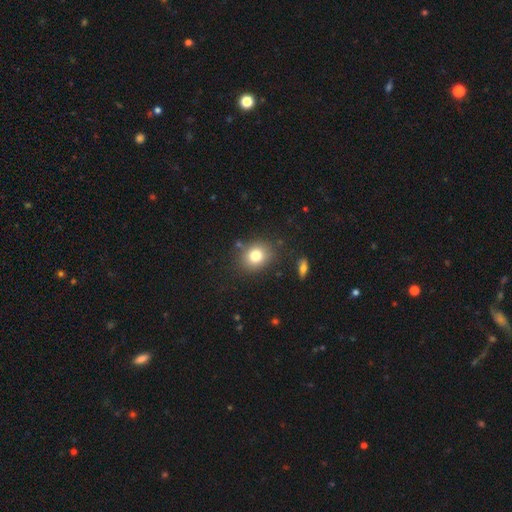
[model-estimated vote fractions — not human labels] Smooth or featured? smooth (79%)
How rounded? round (64%)
Merging? none (82%)